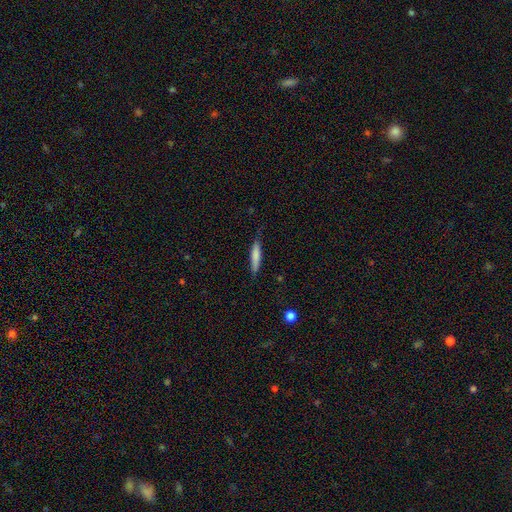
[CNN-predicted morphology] smooth 77%, featured or disk 18%, star or artifact 6%. Down the decision tree: how rounded — cigar-shaped (88%); merging — none (78%).